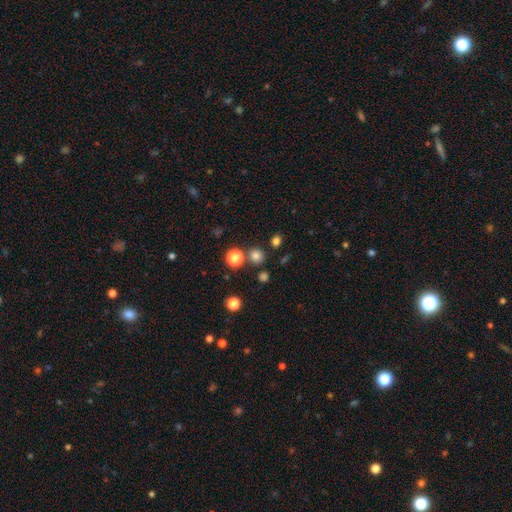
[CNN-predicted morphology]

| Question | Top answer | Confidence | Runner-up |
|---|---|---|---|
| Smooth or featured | smooth | 77% | star or artifact (18%) |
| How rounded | round | 90% | in between (9%) |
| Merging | none | 81% | merger (9%) |